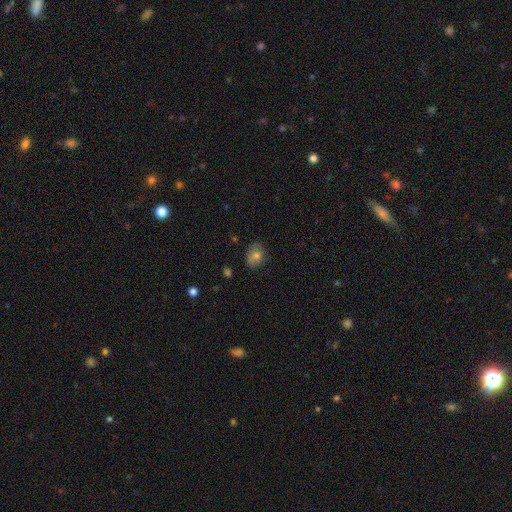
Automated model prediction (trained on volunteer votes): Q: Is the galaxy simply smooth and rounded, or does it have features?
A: smooth — 76%.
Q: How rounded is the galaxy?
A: in between — 67%.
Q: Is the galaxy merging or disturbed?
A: none — 72%.